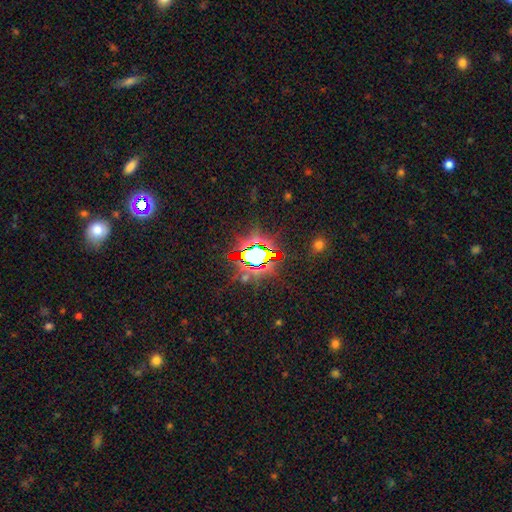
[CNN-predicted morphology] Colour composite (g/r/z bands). It shows a star or artifact, not a galaxy (76%).